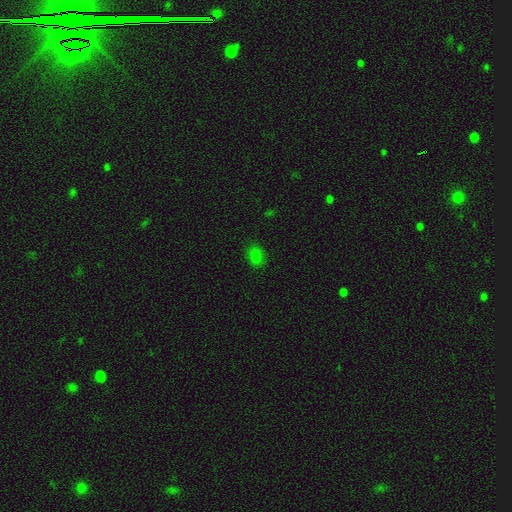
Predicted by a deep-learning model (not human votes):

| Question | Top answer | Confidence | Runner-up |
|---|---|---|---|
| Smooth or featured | smooth | 77% | star or artifact (17%) |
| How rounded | in between | 67% | round (32%) |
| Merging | none | 84% | minor disturbance (12%) |